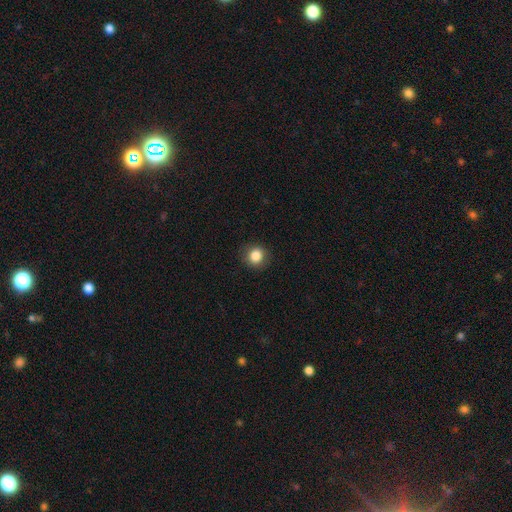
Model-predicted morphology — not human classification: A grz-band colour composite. It shows a smooth galaxy with no disk features (85%) that is round (86%). Merging: none (89%).